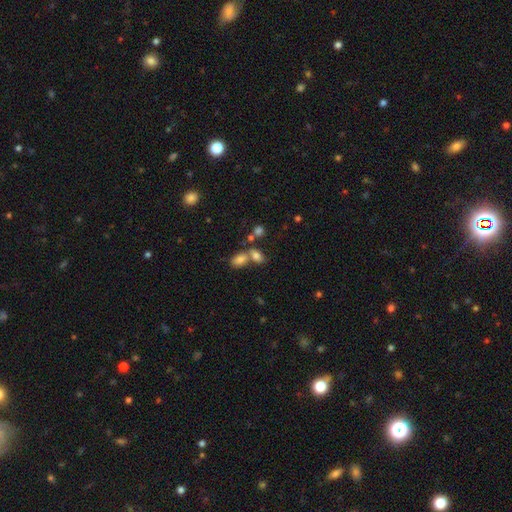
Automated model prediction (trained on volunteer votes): smooth-or-featured: smooth: 75% | star or artifact: 13% | featured or disk: 12%
  how-rounded: in between: 84% | round: 13% | cigar-shaped: 3%
  merging: merger: 48% | none: 38% | minor disturbance: 10% | major disturbance: 4%